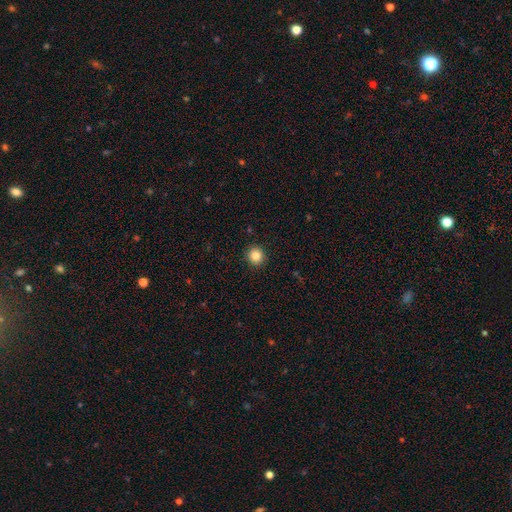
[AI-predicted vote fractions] The model was most divided on "smooth or featured": smooth: 84%, star or artifact: 10%, featured or disk: 5%. More confident: how rounded — round (92%); merging — none (92%).